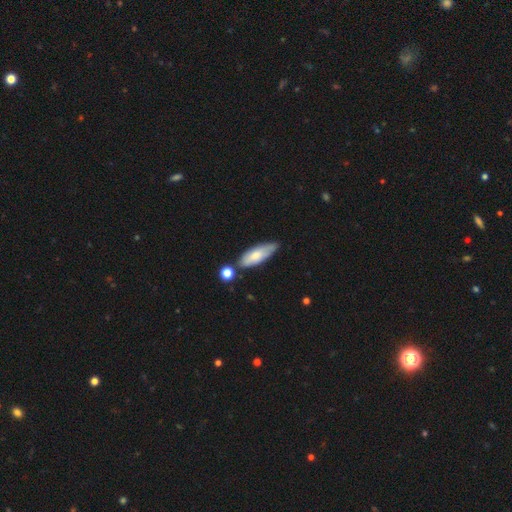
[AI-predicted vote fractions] A smooth galaxy with no disk features (70%) that is in between round and cigar-shaped (61%).

Vote fractions:
- Smooth or featured? smooth: 70% / featured or disk: 24% / star or artifact: 6%
- How rounded? in between: 61% / cigar-shaped: 37% / round: 2%
- Merging? none: 62% / minor disturbance: 23% / merger: 10% / major disturbance: 5%